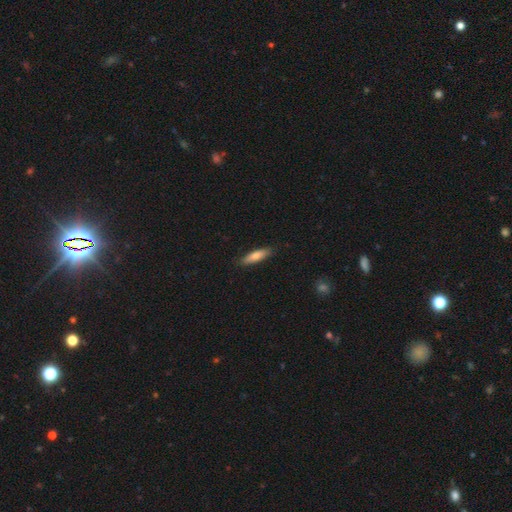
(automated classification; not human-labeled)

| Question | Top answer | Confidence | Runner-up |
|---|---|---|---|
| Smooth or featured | smooth | 74% | featured or disk (20%) |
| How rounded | cigar-shaped | 64% | in between (35%) |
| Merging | none | 86% | minor disturbance (11%) |